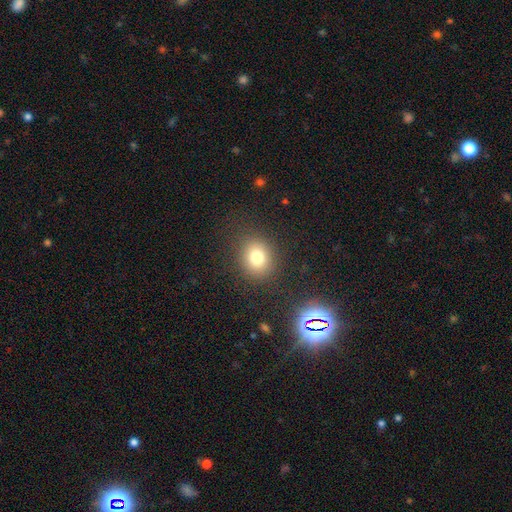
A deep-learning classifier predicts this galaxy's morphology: The model was most divided on "smooth or featured": smooth: 61%, star or artifact: 32%, featured or disk: 7%. More confident: merging — none (86%); how rounded — round (71%).